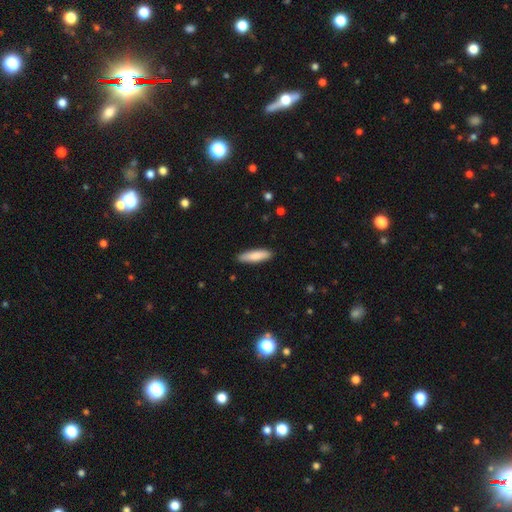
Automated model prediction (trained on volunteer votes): smooth_or_featured: smooth (p=0.84) [alt: featured or disk p=0.11]
how_rounded: cigar-shaped (p=0.68) [alt: in between p=0.30]
merging: none (p=0.90) [alt: minor disturbance p=0.08]